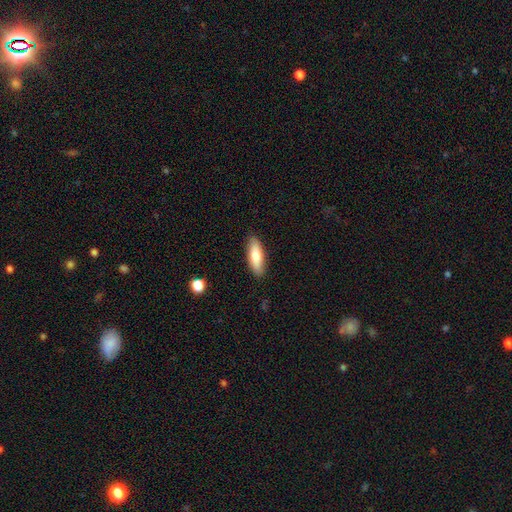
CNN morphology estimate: A smooth galaxy with no disk features (76%) that is in between round and cigar-shaped (54%).

Vote fractions:
- Smooth or featured? smooth: 76% / featured or disk: 18% / star or artifact: 6%
- How rounded? in between: 54% / cigar-shaped: 44% / round: 2%
- Merging? none: 88% / minor disturbance: 9% / major disturbance: 2% / merger: 1%